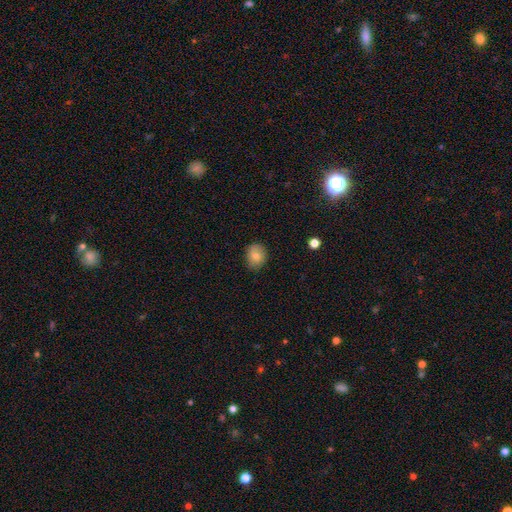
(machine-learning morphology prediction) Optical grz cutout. It shows a smooth galaxy with no disk features (79%) that is round (66%). Merging: none (84%).